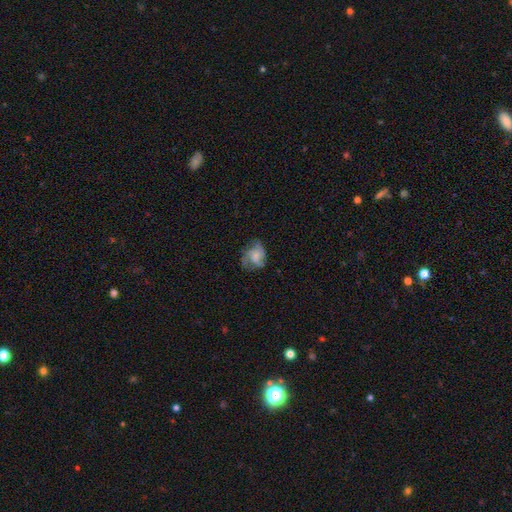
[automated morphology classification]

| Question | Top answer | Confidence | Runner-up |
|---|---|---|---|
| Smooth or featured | featured or disk | 55% | smooth (35%) |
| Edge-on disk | no | 98% | yes (2%) |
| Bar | no | 74% | weak (22%) |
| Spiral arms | yes | 83% | no (17%) |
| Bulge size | small | 32% | moderate (28%) |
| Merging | none | 54% | minor disturbance (25%) |